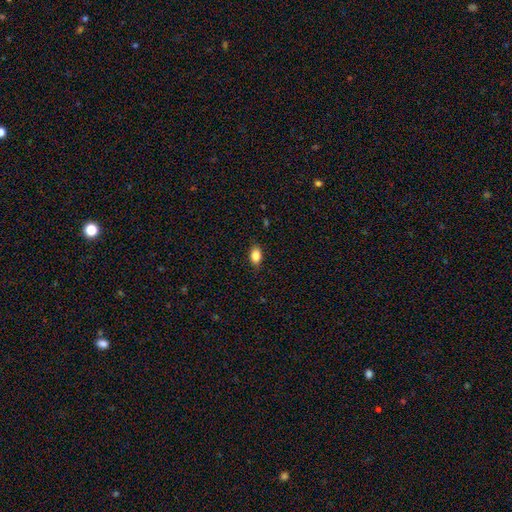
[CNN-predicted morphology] This is clearly a smooth galaxy (85%). How rounded: clearly in between (84%). Merging: clearly none (85%).